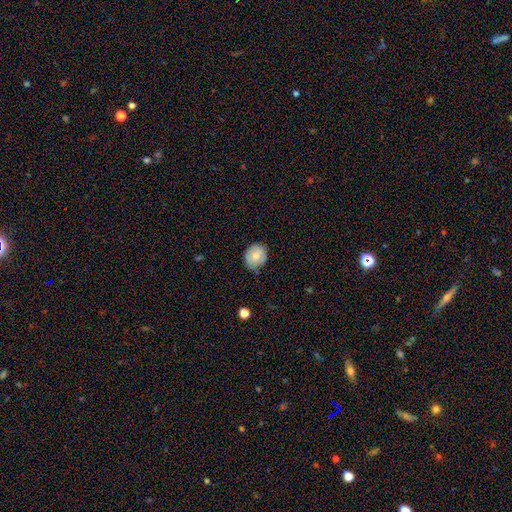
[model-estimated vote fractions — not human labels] A smooth galaxy with no disk features (70%) that is round (70%). Merging: none (75%).